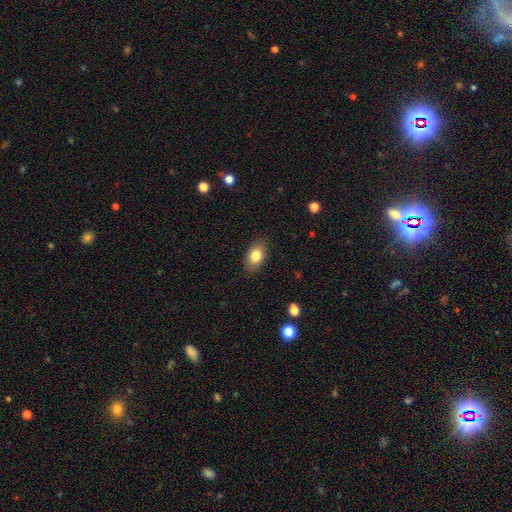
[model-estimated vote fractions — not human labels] The model was most divided on "smooth or featured": smooth: 82%, featured or disk: 10%, star or artifact: 8%. More confident: how rounded — in between (88%); merging — none (85%).